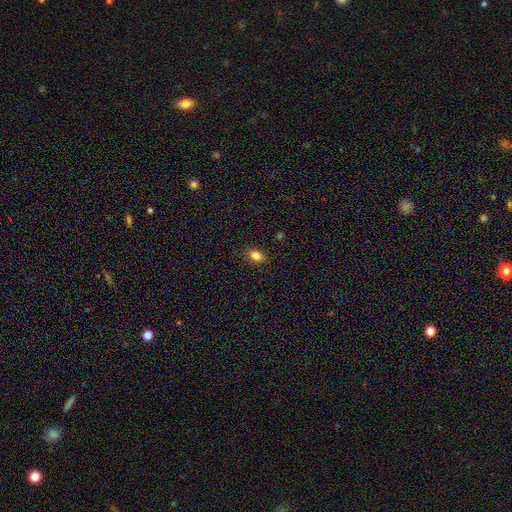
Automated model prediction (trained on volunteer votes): A smooth galaxy with no disk features (84%) that is in between round and cigar-shaped (72%).

Vote fractions:
- Smooth or featured? smooth: 84% / star or artifact: 11% / featured or disk: 6%
- How rounded? in between: 72% / round: 27% / cigar-shaped: 1%
- Merging? none: 88% / minor disturbance: 8% / major disturbance: 2% / merger: 1%